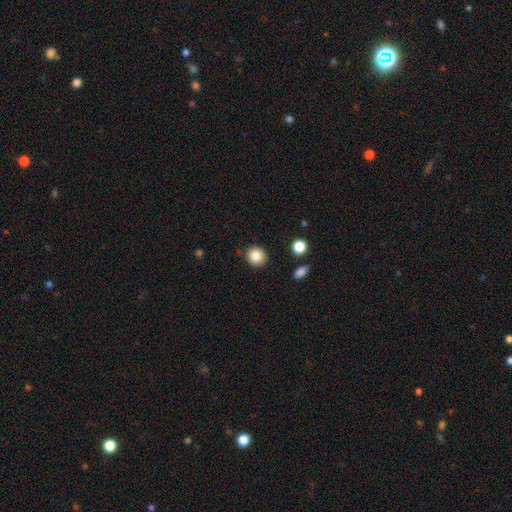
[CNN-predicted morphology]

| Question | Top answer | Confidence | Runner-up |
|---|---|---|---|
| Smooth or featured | smooth | 85% | star or artifact (10%) |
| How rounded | round | 90% | in between (9%) |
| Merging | none | 89% | minor disturbance (7%) |